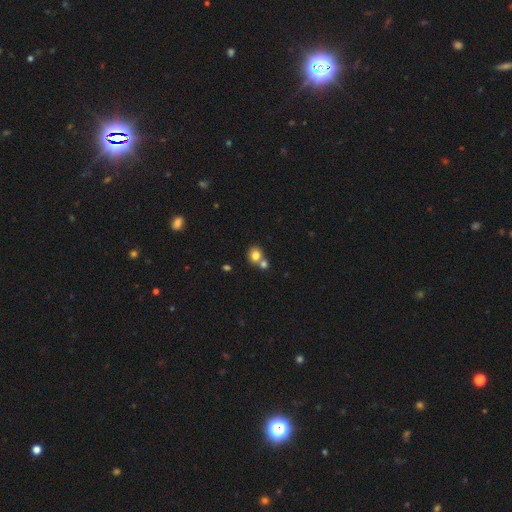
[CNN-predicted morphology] smooth_or_featured: smooth (p=0.79) [alt: star or artifact p=0.11]
how_rounded: round (p=0.79) [alt: in between p=0.20]
merging: none (p=0.49) [alt: merger p=0.41]